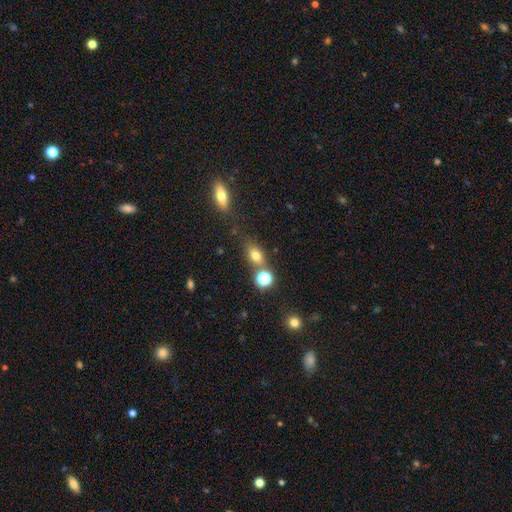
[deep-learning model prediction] smooth_or_featured: smooth (p=0.72) [alt: star or artifact p=0.16]
how_rounded: in between (p=0.63) [alt: round p=0.33]
merging: none (p=0.63) [alt: merger p=0.18]